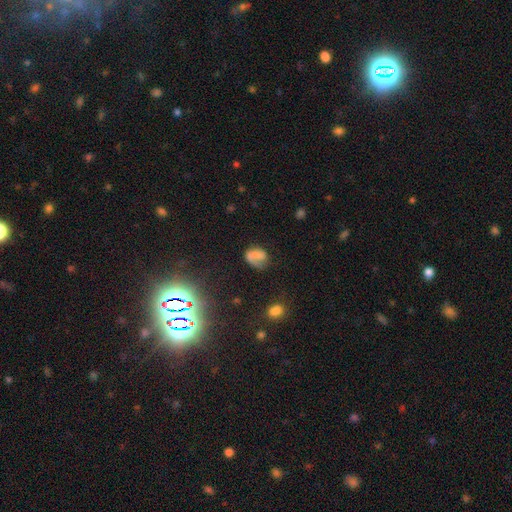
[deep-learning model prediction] Overall: smooth (56%; featured or disk 30%). How rounded: in between (66%; round 32%). Merging: none (45%; minor disturbance 25%).